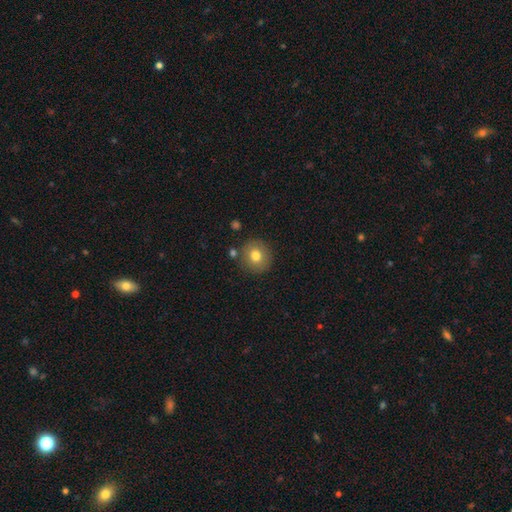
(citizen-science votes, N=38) Morphology: type=smooth (87%); roundness=round (94%); merging=none (84%).